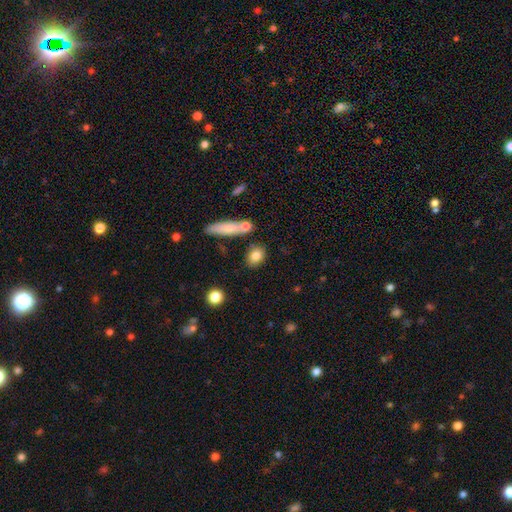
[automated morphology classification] A smooth galaxy with no disk features (82%) that is in between round and cigar-shaped (55%).

Vote fractions:
- Smooth or featured? smooth: 82% / featured or disk: 9% / star or artifact: 8%
- How rounded? in between: 55% / round: 40% / cigar-shaped: 6%
- Merging? none: 78% / minor disturbance: 11% / merger: 9% / major disturbance: 3%